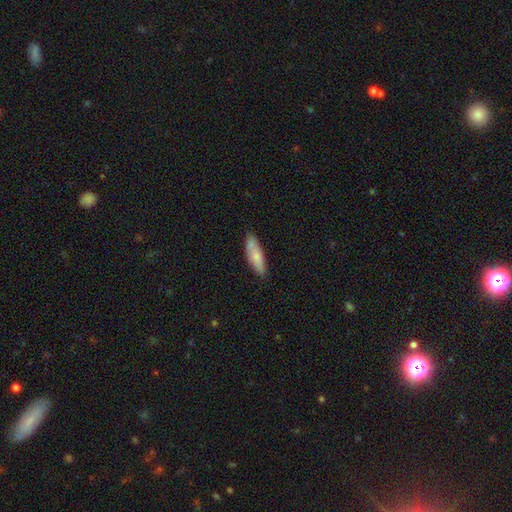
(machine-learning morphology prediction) Q: Smooth or featured?
A: smooth (73%); runner-up: featured or disk (21%)
Q: How rounded?
A: cigar-shaped (52%); runner-up: in between (46%)
Q: Merging?
A: none (74%); runner-up: minor disturbance (19%)